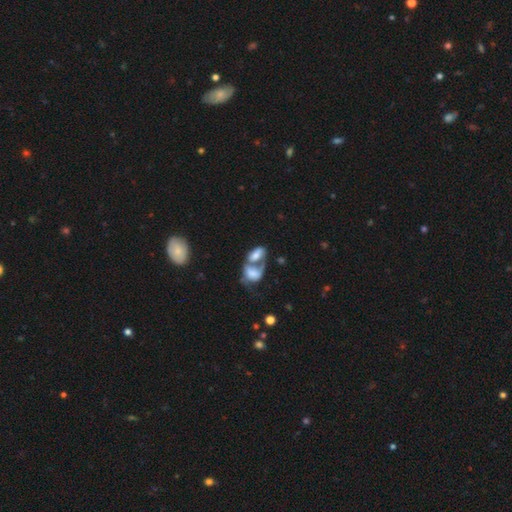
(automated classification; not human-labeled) A smooth galaxy with no disk features (55%) that is in between round and cigar-shaped (87%).

Vote fractions:
- Smooth or featured? smooth: 55% / featured or disk: 35% / star or artifact: 10%
- How rounded? in between: 87% / round: 11% / cigar-shaped: 3%
- Merging? merger: 73% / none: 12% / major disturbance: 9% / minor disturbance: 6%